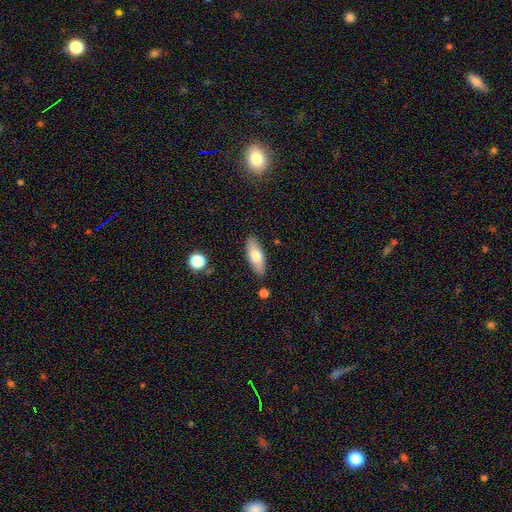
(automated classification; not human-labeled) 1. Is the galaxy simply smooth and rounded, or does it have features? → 69% smooth, 25% featured or disk, 6% star or artifact.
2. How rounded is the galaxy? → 72% in between, 26% cigar-shaped, 2% round.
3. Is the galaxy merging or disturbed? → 86% none, 10% minor disturbance, 2% merger, 2% major disturbance.